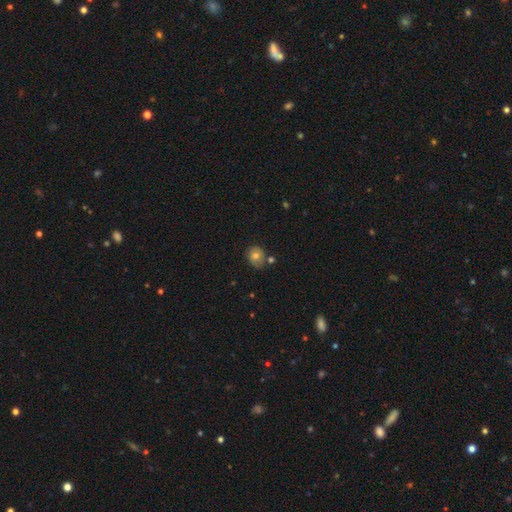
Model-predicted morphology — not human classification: Smooth or featured? smooth (69%)
How rounded? round (67%)
Merging? none (67%)